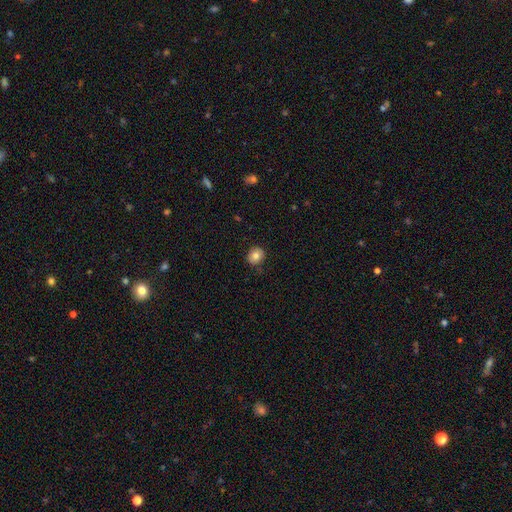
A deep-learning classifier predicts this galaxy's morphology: Q: Smooth or featured?
A: smooth (80%); runner-up: featured or disk (11%)
Q: How rounded?
A: round (81%); runner-up: in between (18%)
Q: Merging?
A: none (85%); runner-up: minor disturbance (12%)